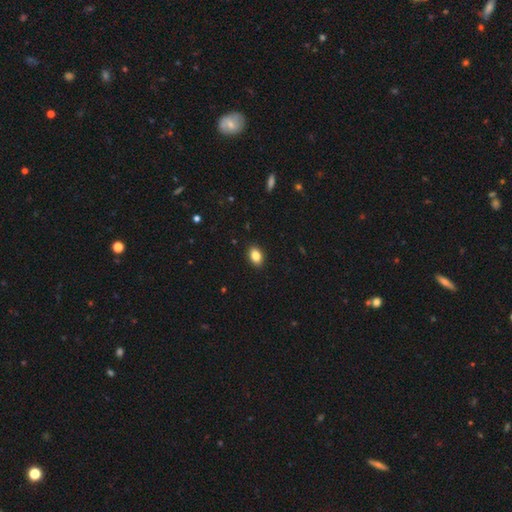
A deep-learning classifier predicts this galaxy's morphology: A smooth galaxy with no disk features (85%) that is in between round and cigar-shaped (85%). Merging: none (90%).